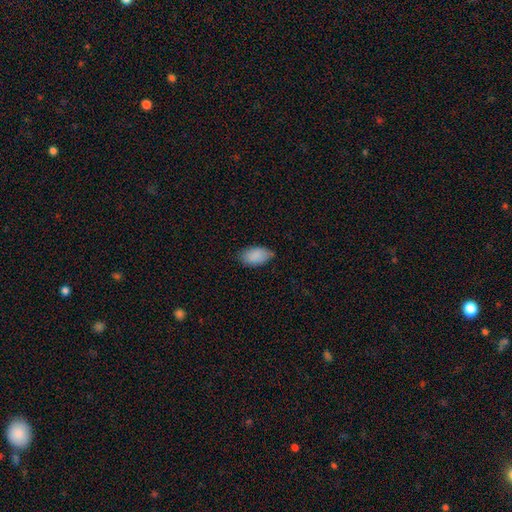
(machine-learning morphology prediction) The model was most divided on "merging": none: 75%, minor disturbance: 21%, major disturbance: 3%, merger: 1%. More confident: how rounded — in between (94%); smooth or featured — smooth (89%).